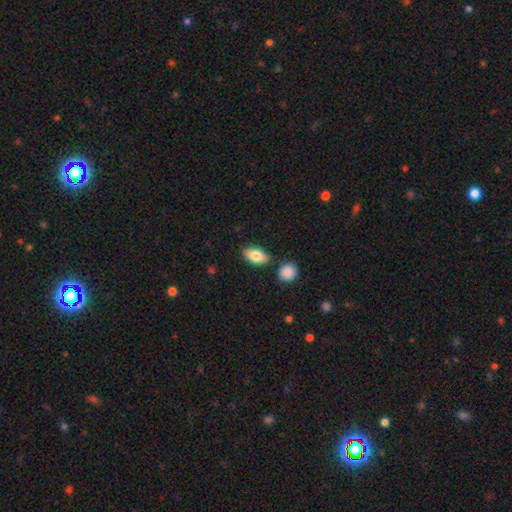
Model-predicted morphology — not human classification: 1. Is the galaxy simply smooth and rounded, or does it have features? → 81% smooth, 13% featured or disk, 6% star or artifact.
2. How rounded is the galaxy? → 90% in between, 6% cigar-shaped, 5% round.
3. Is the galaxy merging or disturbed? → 82% none, 10% minor disturbance, 6% merger, 2% major disturbance.